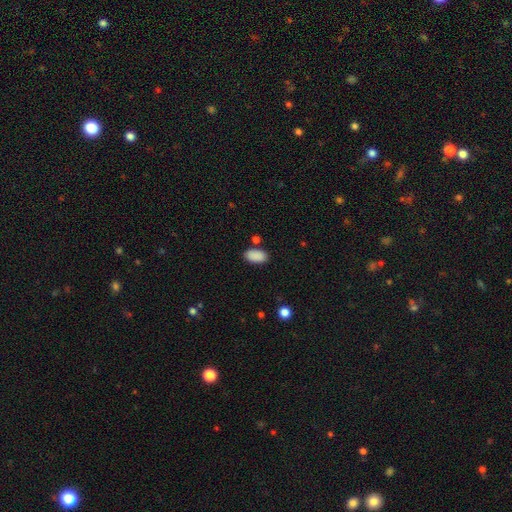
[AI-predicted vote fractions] smooth_or_featured: smooth (p=0.89) [alt: star or artifact p=0.07]
how_rounded: in between (p=0.94) [alt: round p=0.04]
merging: none (p=0.81) [alt: minor disturbance p=0.11]